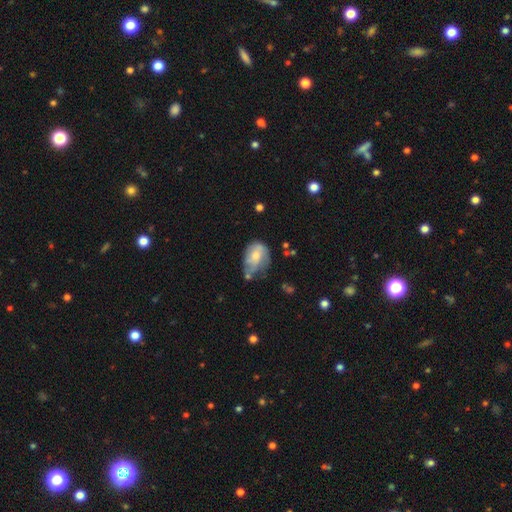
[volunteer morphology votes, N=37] Smooth or featured?
  - smooth: 68% *
  - featured or disk: 24%
  - star or artifact: 8%
How rounded?
  - in between: 76% *
  - round: 24%
  - cigar-shaped: 0%
Merging?
  - minor disturbance: 47% *
  - none: 29%
  - major disturbance: 18%
  - merger: 6%